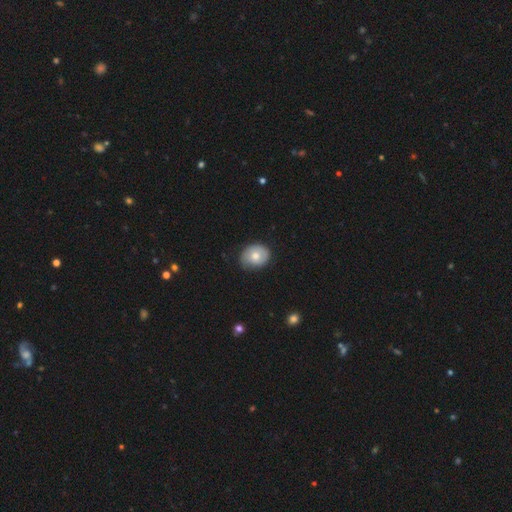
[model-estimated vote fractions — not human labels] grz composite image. It shows a smooth galaxy with no disk features (71%) that is round (52%). Merging: none (75%).